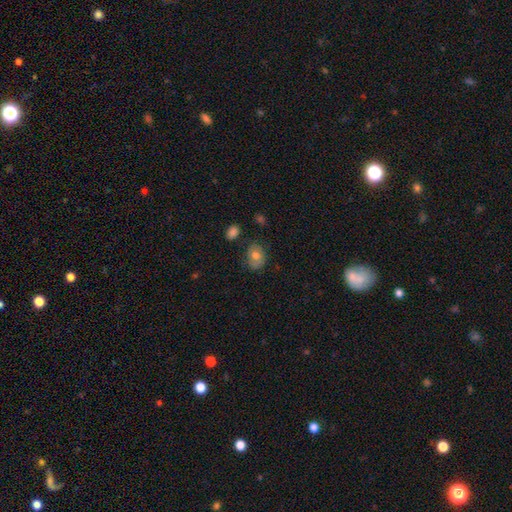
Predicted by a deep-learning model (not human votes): Smooth or featured: smooth — 72% (featured or disk — 20%)
How rounded: in between — 59% (round — 40%)
Merging: none — 69% (minor disturbance — 22%)